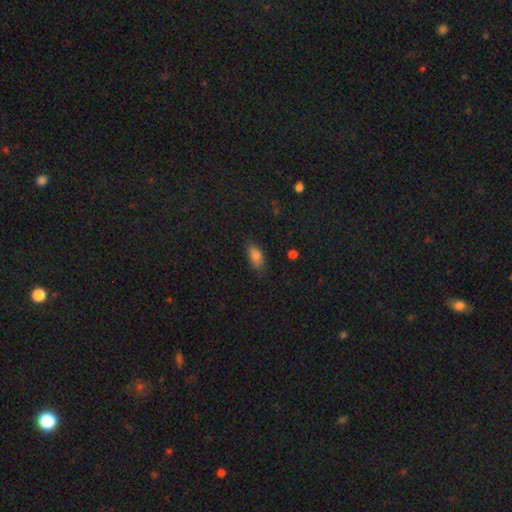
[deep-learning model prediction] This is clearly a smooth galaxy (81%). How rounded: clearly in between (88%). Merging: likely none (76%).